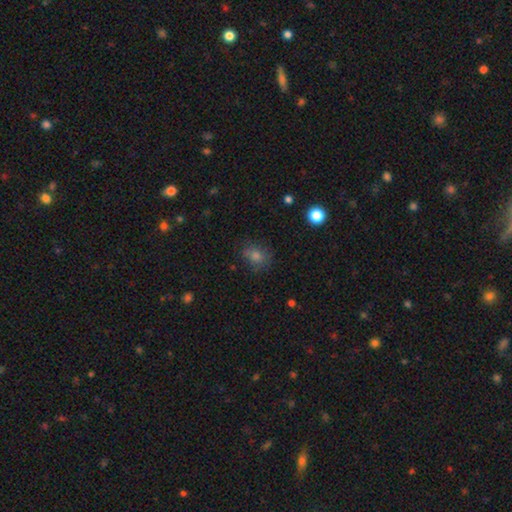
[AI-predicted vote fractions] Smooth or featured? Predicted: smooth (p=0.70). How rounded? Predicted: round (p=0.56). Merging? Predicted: none (p=0.74).